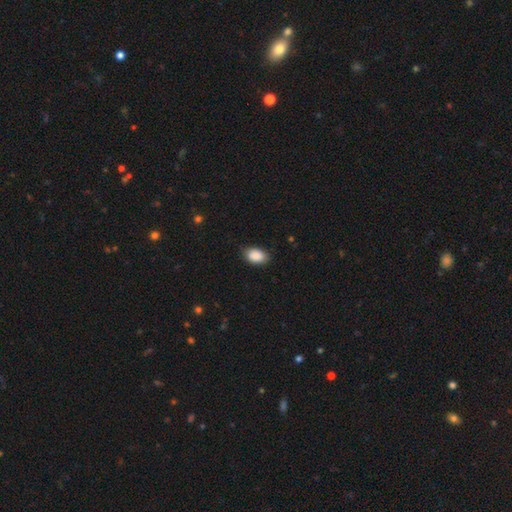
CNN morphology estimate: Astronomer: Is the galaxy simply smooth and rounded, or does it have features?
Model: smooth — 90%.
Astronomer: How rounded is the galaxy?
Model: in between — 87%.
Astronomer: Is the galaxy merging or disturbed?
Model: none — 80%.